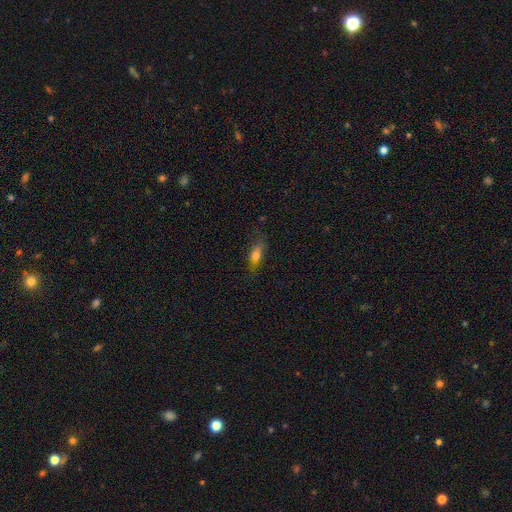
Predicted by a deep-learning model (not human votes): Smooth or featured?
  - smooth: 69% *
  - featured or disk: 21%
  - star or artifact: 10%
How rounded?
  - in between: 63% *
  - cigar-shaped: 31%
  - round: 6%
Merging?
  - none: 71% *
  - minor disturbance: 21%
  - major disturbance: 7%
  - merger: 2%